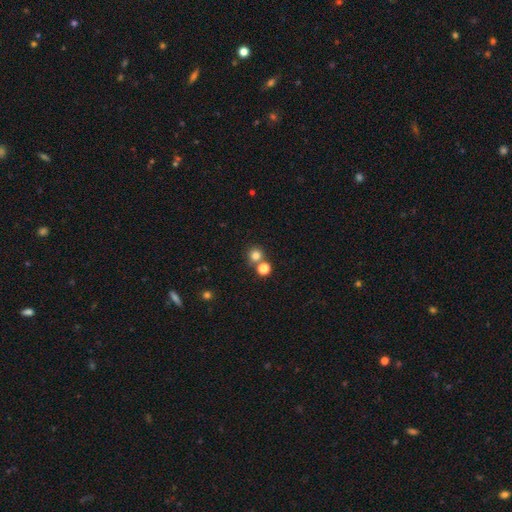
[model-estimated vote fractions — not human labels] smooth 79%, star or artifact 15%, featured or disk 6%. Down the decision tree: how rounded — round (91%); merging — none (67%).